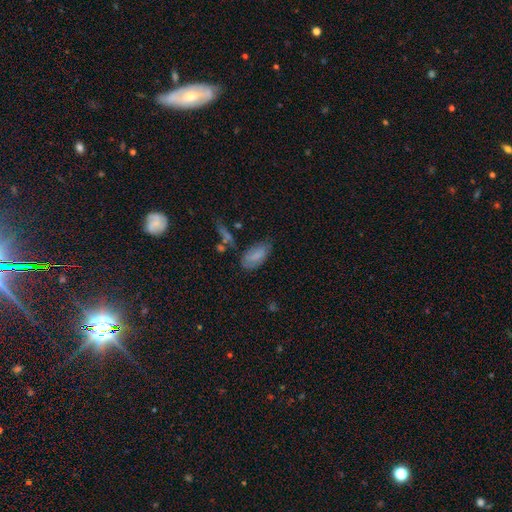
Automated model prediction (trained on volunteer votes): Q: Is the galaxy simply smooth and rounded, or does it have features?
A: smooth — 75%.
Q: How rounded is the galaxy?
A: in between — 90%.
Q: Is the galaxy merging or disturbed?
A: none — 57%.